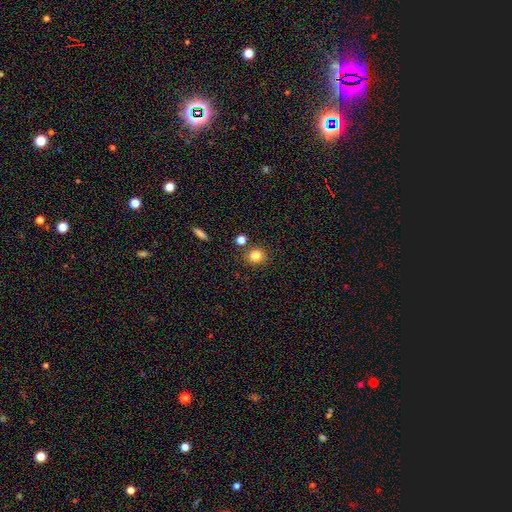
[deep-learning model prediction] The model was most divided on "smooth or featured": smooth: 82%, star or artifact: 12%, featured or disk: 6%. More confident: how rounded — round (87%); merging — none (81%).